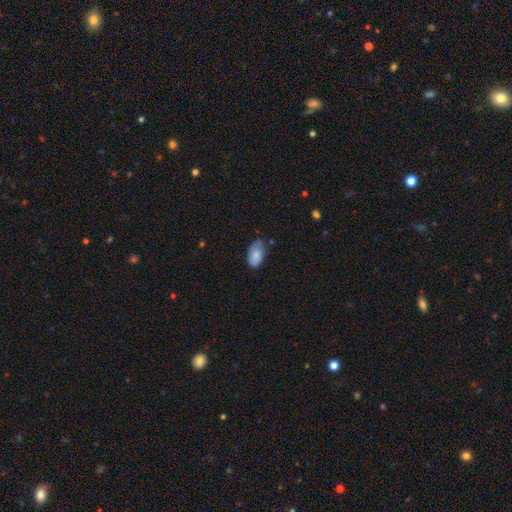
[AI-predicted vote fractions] Smooth or featured? Predicted: smooth (p=0.83). How rounded? Predicted: in between (p=0.94). Merging? Predicted: none (p=0.63).